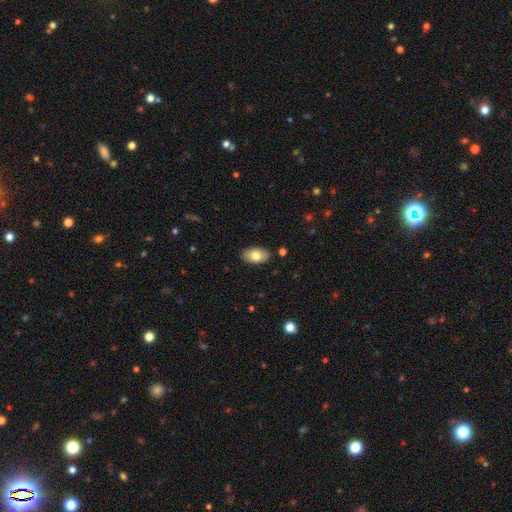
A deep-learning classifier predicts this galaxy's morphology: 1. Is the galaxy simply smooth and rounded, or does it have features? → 77% smooth, 16% featured or disk, 7% star or artifact.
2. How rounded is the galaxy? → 93% in between, 5% round, 2% cigar-shaped.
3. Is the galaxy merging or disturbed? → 88% none, 9% minor disturbance, 2% major disturbance, 1% merger.